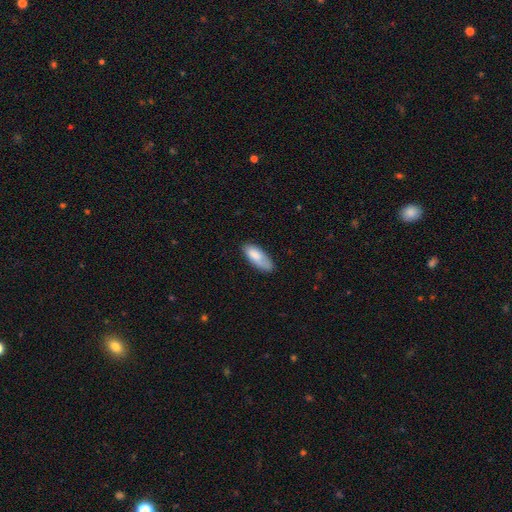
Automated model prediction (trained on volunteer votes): smooth-or-featured: smooth: 82% | featured or disk: 11% | star or artifact: 6%
  how-rounded: in between: 77% | cigar-shaped: 21% | round: 2%
  merging: none: 67% | minor disturbance: 26% | major disturbance: 6% | merger: 2%